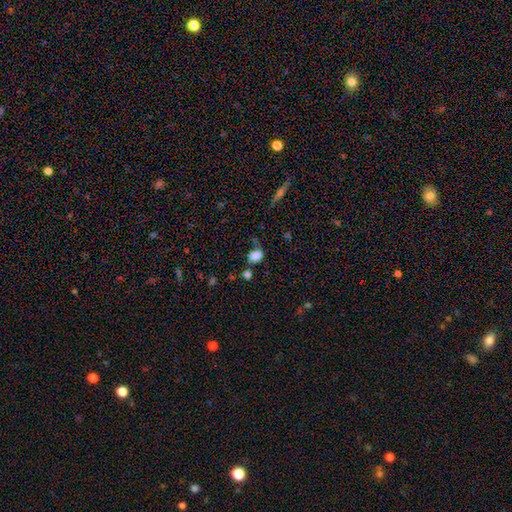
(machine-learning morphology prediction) This is likely a smooth galaxy (76%). How rounded: likely in between (69%). Merging: marginally none (39%).